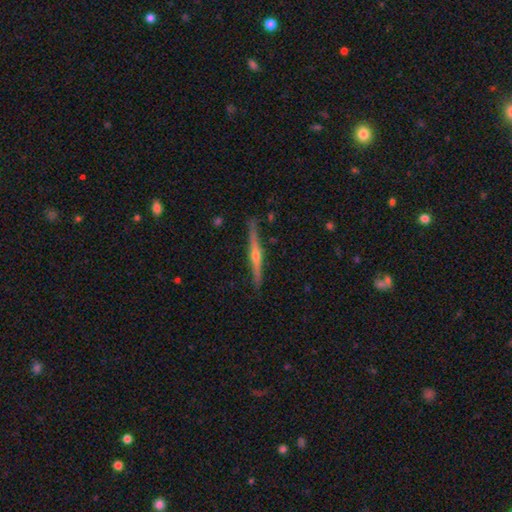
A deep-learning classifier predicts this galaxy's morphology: featured or disk 76%, smooth 18%, star or artifact 6%. Down the decision tree: edge-on disk — yes (98%); edge-on bulge — rounded (88%); merging — none (87%).